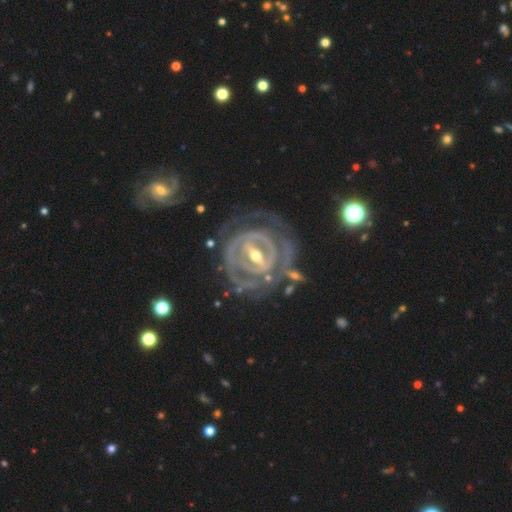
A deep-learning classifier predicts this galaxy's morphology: A featured or disk galaxy (90%) with a strong bar (65%), tight (76%) spiral arms (88%) and a moderate central bulge (57%).

Vote fractions:
- Smooth or featured? featured or disk: 90% / smooth: 5% / star or artifact: 5%
- Edge-on disk? no: 95% / yes: 5%
- Bar? strong: 65% / weak: 27% / no: 8%
- Spiral arms? yes: 88% / no: 12%
- Spiral winding? tight: 76% / medium: 19% / loose: 6%
- Spiral arm count? can't tell: 34% / 2: 27% / 3: 18% / 4: 10% / 1: 6% / more than 4: 6%
- Bulge size? moderate: 57% / small: 37% / large: 4% / none: 1% / dominant: 1%
- Merging? none: 63% / minor disturbance: 17% / major disturbance: 15% / merger: 5%